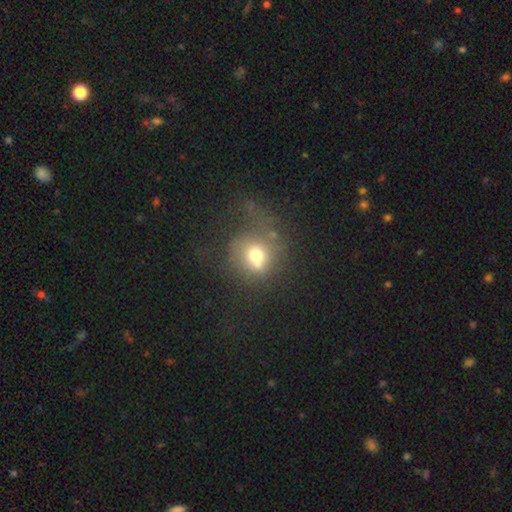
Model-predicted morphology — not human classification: type=smooth (64%); roundness=round (83%); merging=none (44%).